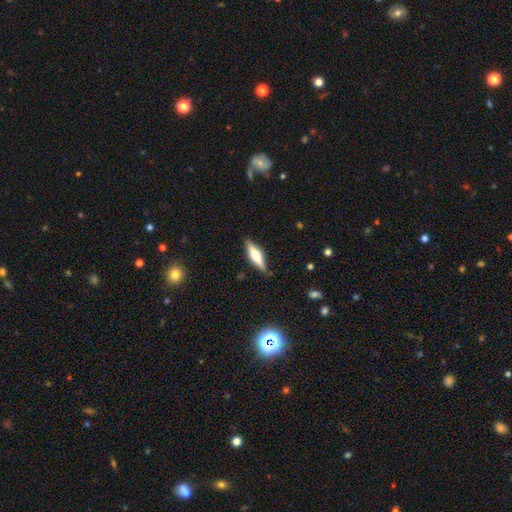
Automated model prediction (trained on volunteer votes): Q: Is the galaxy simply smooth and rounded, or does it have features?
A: featured or disk — 55%.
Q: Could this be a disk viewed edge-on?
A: yes — 95%.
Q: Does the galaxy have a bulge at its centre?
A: rounded — 86%.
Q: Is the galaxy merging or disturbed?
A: none — 86%.